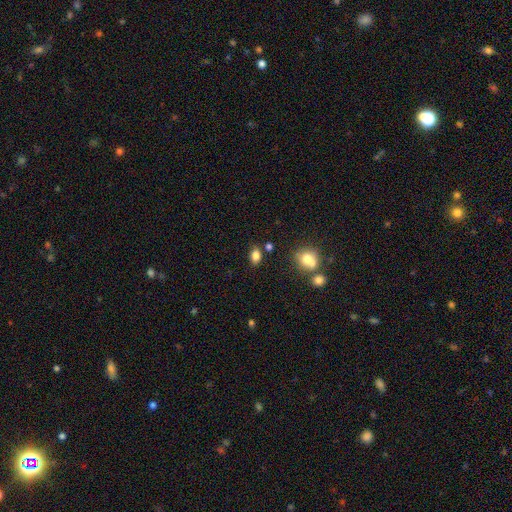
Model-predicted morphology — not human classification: The model was most divided on "how rounded": in between: 80%, round: 18%, cigar-shaped: 2%. More confident: smooth or featured — smooth (82%); merging — none (79%).